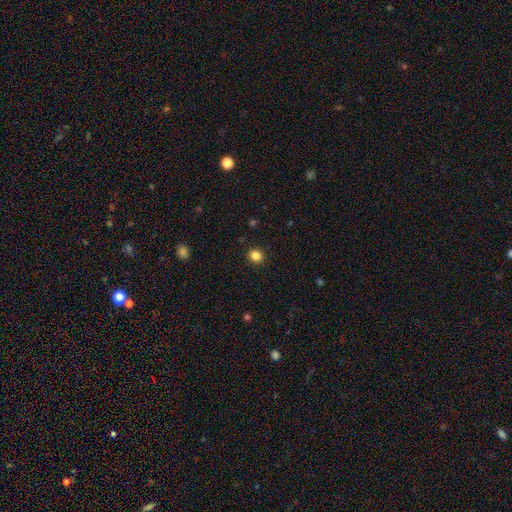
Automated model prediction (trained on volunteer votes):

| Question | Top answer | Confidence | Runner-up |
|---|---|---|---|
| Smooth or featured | smooth | 85% | star or artifact (11%) |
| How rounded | round | 83% | in between (16%) |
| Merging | none | 92% | minor disturbance (5%) |